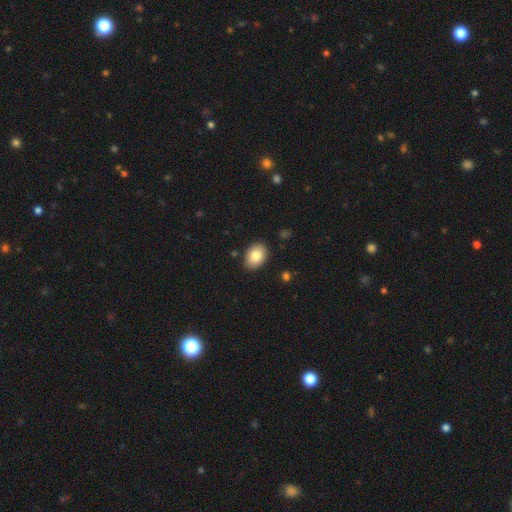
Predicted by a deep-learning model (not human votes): A smooth galaxy with no disk features (84%) that is in between round and cigar-shaped (76%). Merging: none (87%).